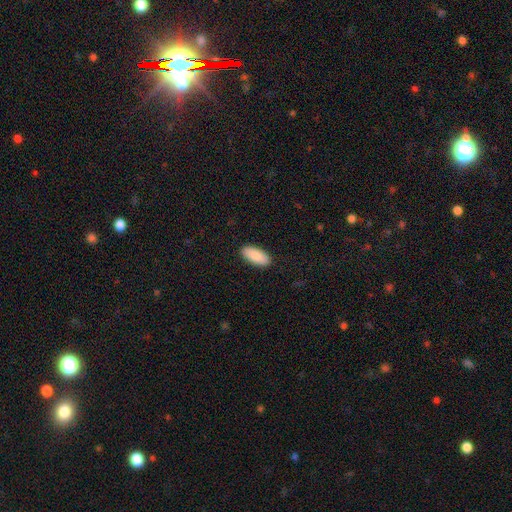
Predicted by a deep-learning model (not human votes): Overall: smooth (89%). How rounded: in between (89%). Merging: none (90%).